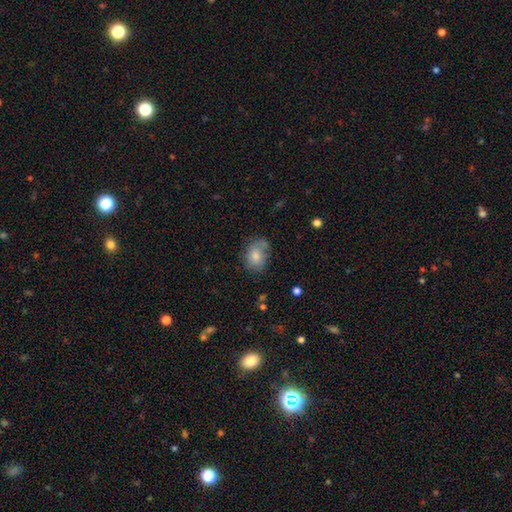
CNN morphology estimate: type=smooth (78%); roundness=in between (62%); merging=none (59%).